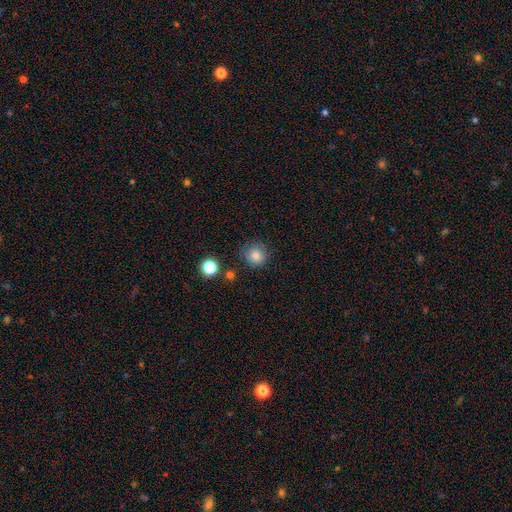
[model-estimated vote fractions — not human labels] Smooth or featured? Predicted: smooth (p=0.83). How rounded? Predicted: round (p=0.90). Merging? Predicted: none (p=0.80).